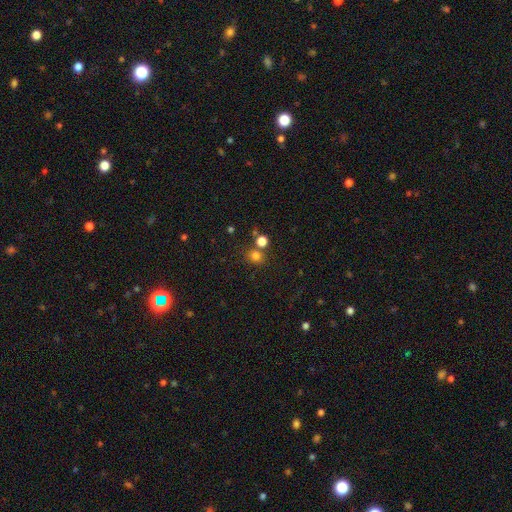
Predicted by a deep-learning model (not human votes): smooth 77%, star or artifact 17%, featured or disk 6%. Down the decision tree: how rounded — round (81%); merging — none (70%).